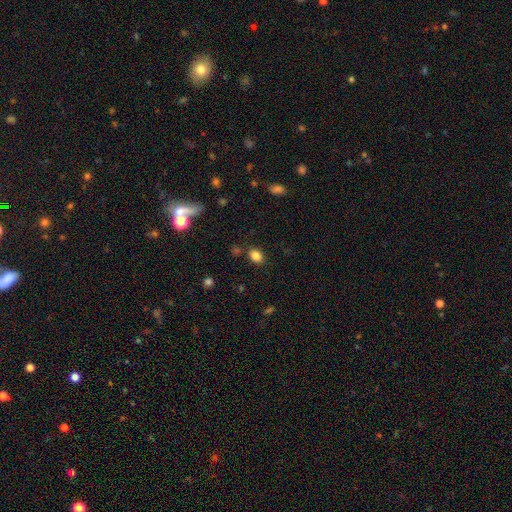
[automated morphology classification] Q: Smooth or featured?
A: smooth (83%); runner-up: star or artifact (12%)
Q: How rounded?
A: in between (65%); runner-up: round (34%)
Q: Merging?
A: none (81%); runner-up: minor disturbance (11%)